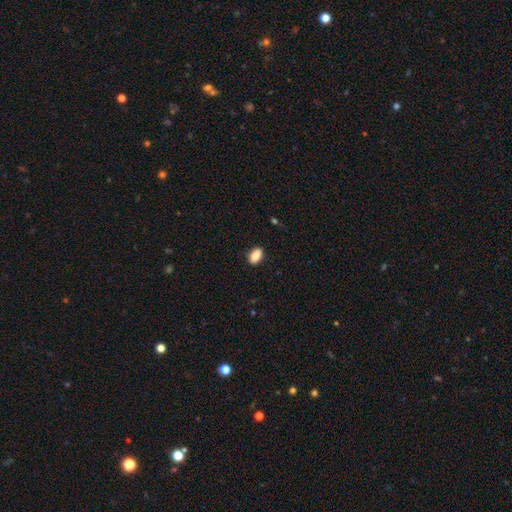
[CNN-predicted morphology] type=smooth (88%); roundness=in between (90%); merging=none (87%).